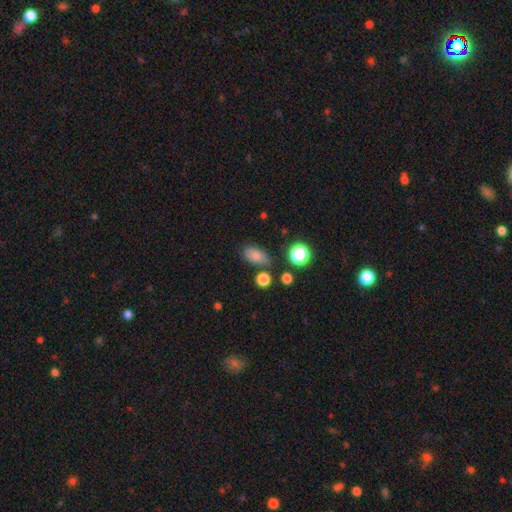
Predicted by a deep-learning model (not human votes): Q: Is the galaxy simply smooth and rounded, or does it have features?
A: smooth — 79%.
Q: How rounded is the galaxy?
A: in between — 86%.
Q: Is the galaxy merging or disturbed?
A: none — 72%.